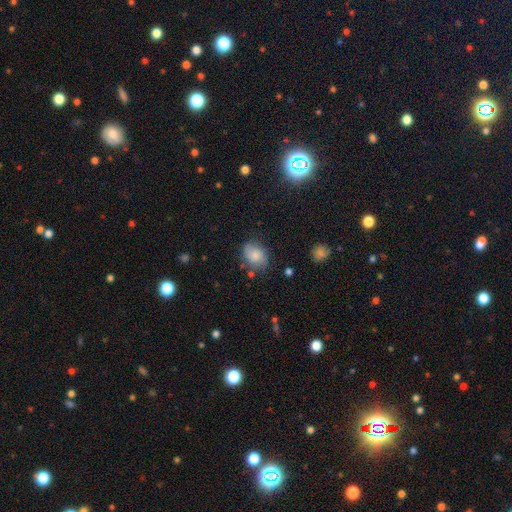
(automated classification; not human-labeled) Overall: smooth (72%). How rounded: in between (60%; round 39%). Merging: none (67%).